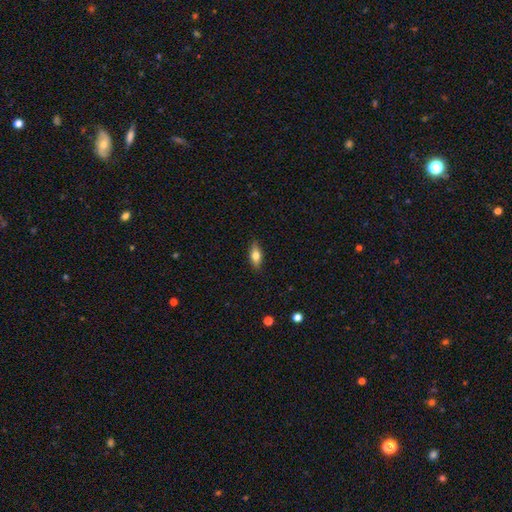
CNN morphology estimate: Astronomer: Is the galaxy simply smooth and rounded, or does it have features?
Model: smooth — 67%.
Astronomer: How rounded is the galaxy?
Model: in between — 74%.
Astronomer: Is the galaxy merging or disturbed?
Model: none — 86%.